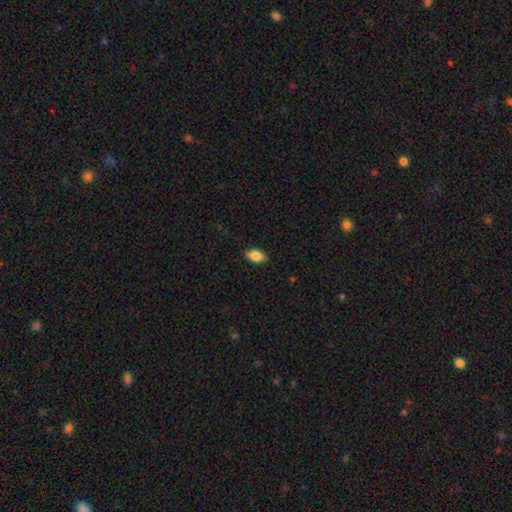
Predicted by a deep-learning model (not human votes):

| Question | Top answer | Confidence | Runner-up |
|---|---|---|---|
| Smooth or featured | smooth | 84% | featured or disk (8%) |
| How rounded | in between | 90% | round (6%) |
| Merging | none | 86% | minor disturbance (11%) |